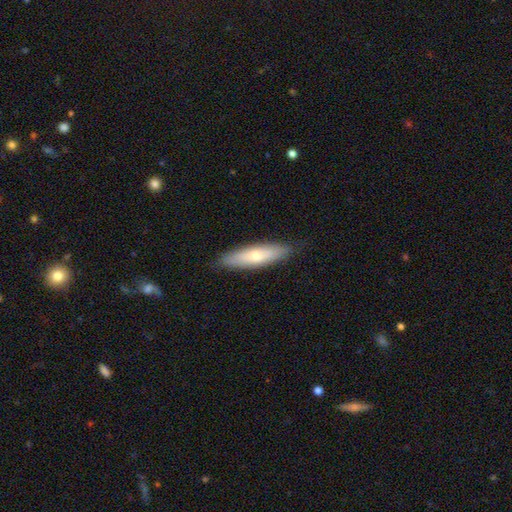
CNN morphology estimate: type=smooth (64%); roundness=cigar-shaped (68%); merging=none (86%).